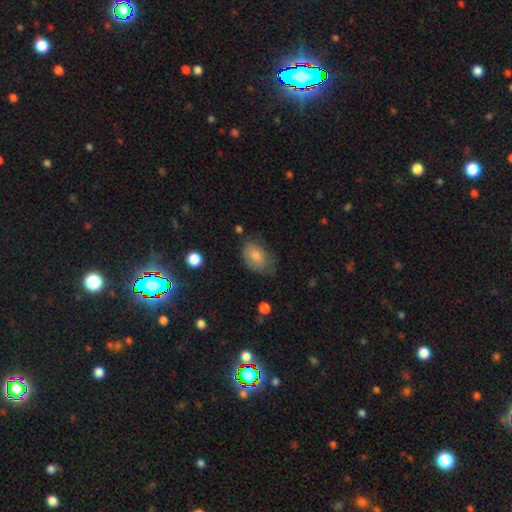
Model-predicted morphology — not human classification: Smooth or featured? smooth (81%)
How rounded? in between (84%)
Merging? none (49%)